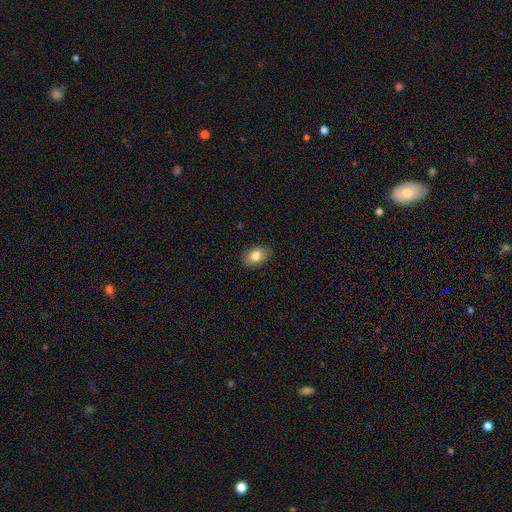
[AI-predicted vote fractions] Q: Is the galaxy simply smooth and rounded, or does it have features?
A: smooth — 82%.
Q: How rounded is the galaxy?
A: in between — 83%.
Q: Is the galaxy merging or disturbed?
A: none — 87%.